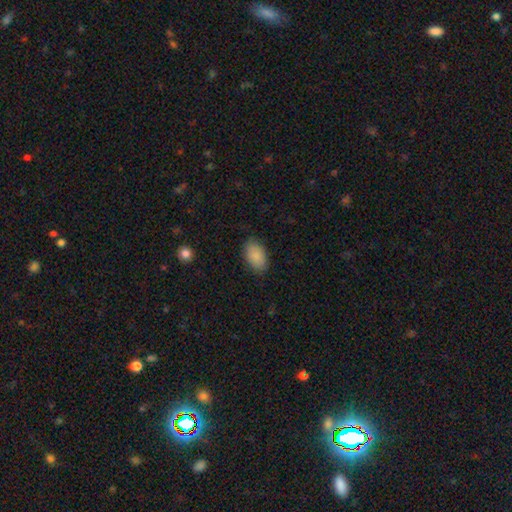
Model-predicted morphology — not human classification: Smooth or featured: smooth — 89% (star or artifact — 7%)
How rounded: in between — 92% (round — 6%)
Merging: none — 85% (minor disturbance — 11%)